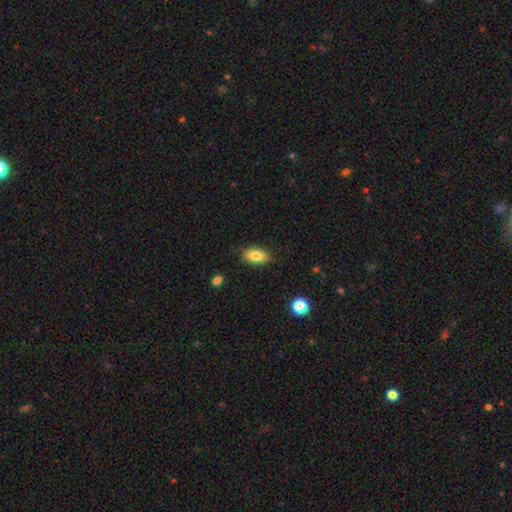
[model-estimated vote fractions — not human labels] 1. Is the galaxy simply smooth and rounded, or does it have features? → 81% smooth, 11% featured or disk, 8% star or artifact.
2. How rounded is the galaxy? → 89% in between, 6% cigar-shaped, 6% round.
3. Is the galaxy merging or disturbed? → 80% none, 15% minor disturbance, 3% major disturbance, 1% merger.